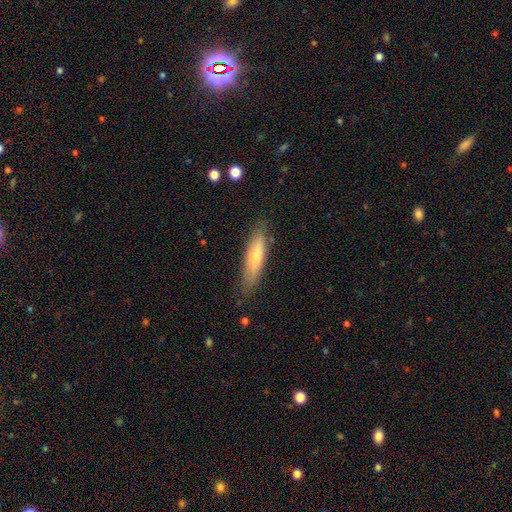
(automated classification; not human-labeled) The model was most divided on "smooth or featured": smooth: 64%, featured or disk: 30%, star or artifact: 6%. More confident: merging — none (82%); how rounded — cigar-shaped (75%).